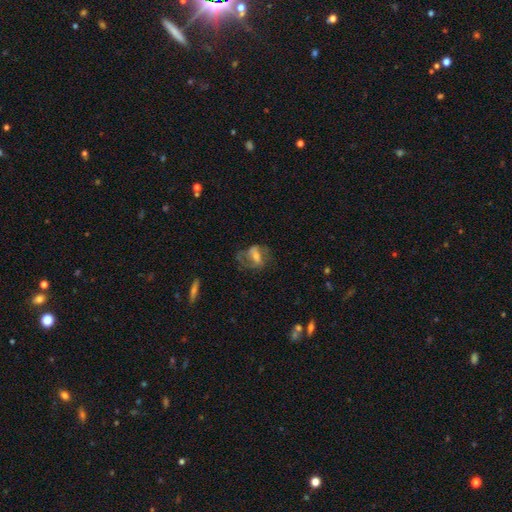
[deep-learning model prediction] smooth-or-featured: featured or disk: 61% | smooth: 29% | star or artifact: 10%
  disk-edge-on: no: 93% | yes: 7%
    bar: weak: 40% | strong: 30% | no: 29%
    has-spiral-arms: yes: 68% | no: 32%
    bulge-size: moderate: 47% | small: 32% | large: 11% | none: 9% | dominant: 2%
  merging: none: 53% | major disturbance: 24% | minor disturbance: 21% | merger: 2%